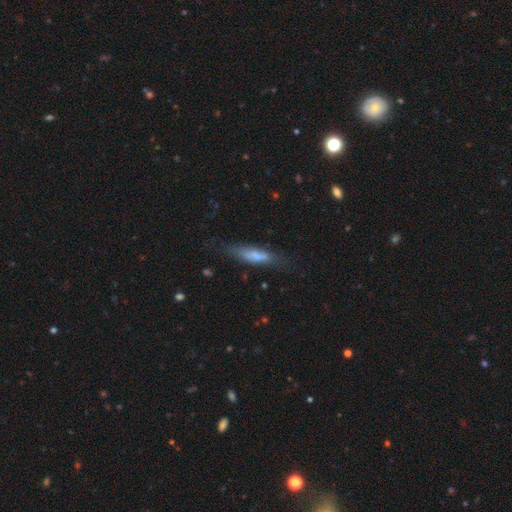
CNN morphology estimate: Smooth or featured?
  - smooth: 60% *
  - featured or disk: 32%
  - star or artifact: 8%
How rounded?
  - cigar-shaped: 67% *
  - in between: 31%
  - round: 2%
Merging?
  - none: 63% *
  - minor disturbance: 22%
  - major disturbance: 10%
  - merger: 5%